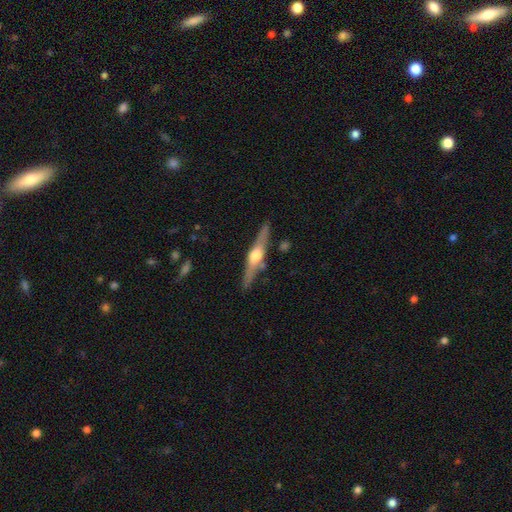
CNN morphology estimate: A featured or disk galaxy (74%) viewed edge-on (97%) with a rounded central bulge (93%).

Vote fractions:
- Smooth or featured? featured or disk: 74% / smooth: 21% / star or artifact: 5%
- Edge-on disk? yes: 97% / no: 3%
- Edge-on bulge? rounded: 93% / boxy: 5% / none: 2%
- Merging? none: 85% / minor disturbance: 10% / merger: 3% / major disturbance: 2%